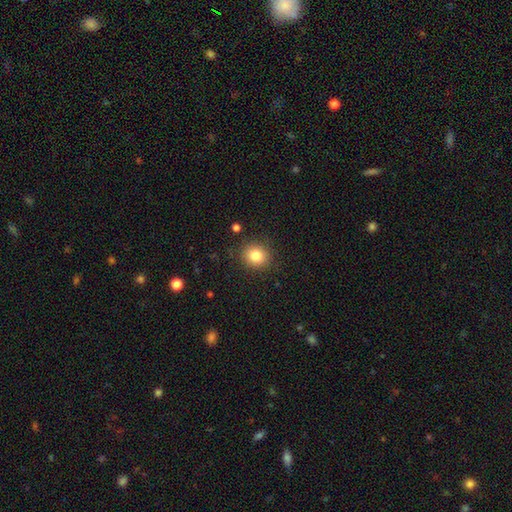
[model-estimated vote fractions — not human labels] smooth 83%, star or artifact 11%, featured or disk 7%. Down the decision tree: how rounded — round (81%); merging — none (88%).